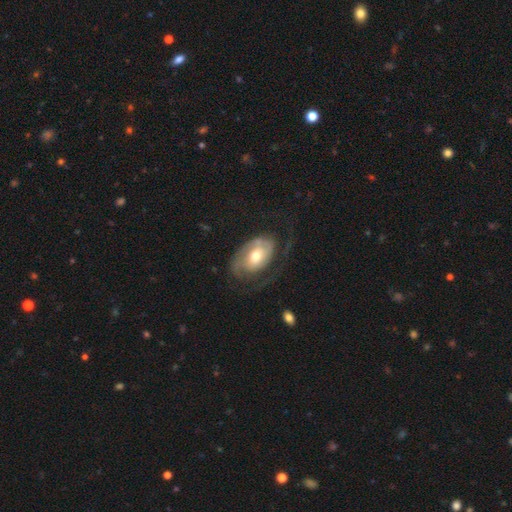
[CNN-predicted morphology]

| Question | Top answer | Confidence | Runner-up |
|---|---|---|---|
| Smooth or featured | featured or disk | 69% | smooth (25%) |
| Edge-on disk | no | 95% | yes (5%) |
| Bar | no | 70% | weak (23%) |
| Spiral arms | yes | 82% | no (18%) |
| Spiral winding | tight | 45% | medium (33%) |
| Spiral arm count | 2 | 37% | 1 (31%) |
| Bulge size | moderate | 67% | small (21%) |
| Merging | none | 49% | major disturbance (29%) |